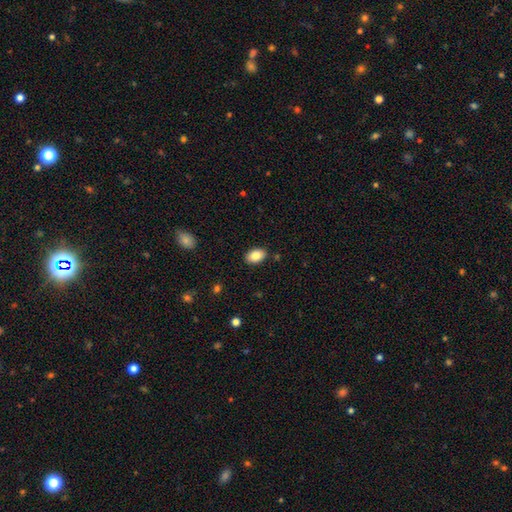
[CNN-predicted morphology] Overall: smooth (85%). How rounded: in between (89%). Merging: none (87%).